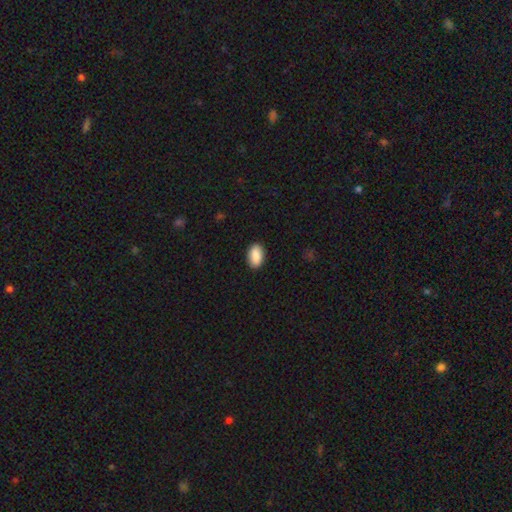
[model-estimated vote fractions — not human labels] smooth 89%, star or artifact 6%, featured or disk 4%. Down the decision tree: how rounded — in between (93%); merging — none (90%).